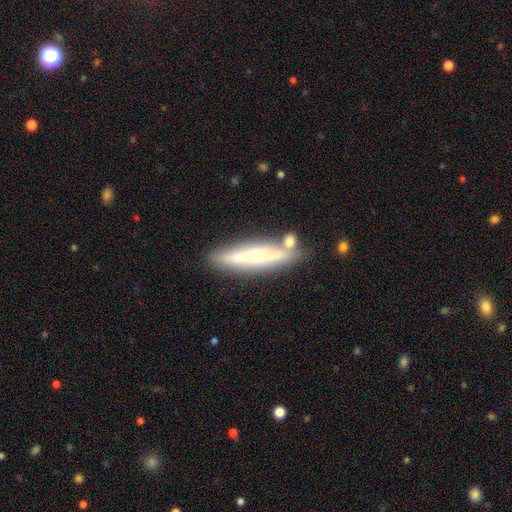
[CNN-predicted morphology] The model was most divided on "smooth or featured": smooth: 51%, featured or disk: 42%, star or artifact: 8%. More confident: how rounded — cigar-shaped (84%); merging — none (72%).